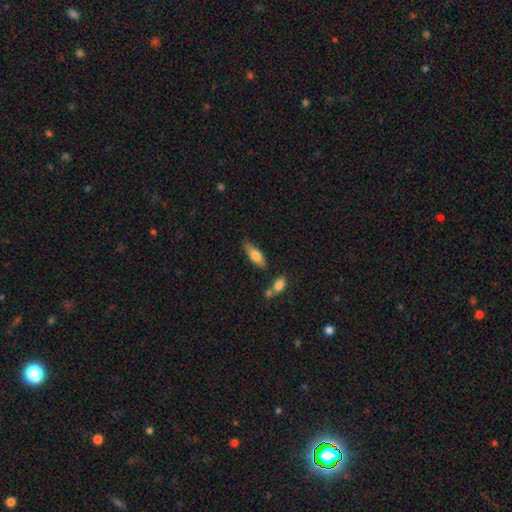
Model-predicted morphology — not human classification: This is likely a smooth galaxy (71%). How rounded: possibly in between (59%). Merging: likely none (71%).